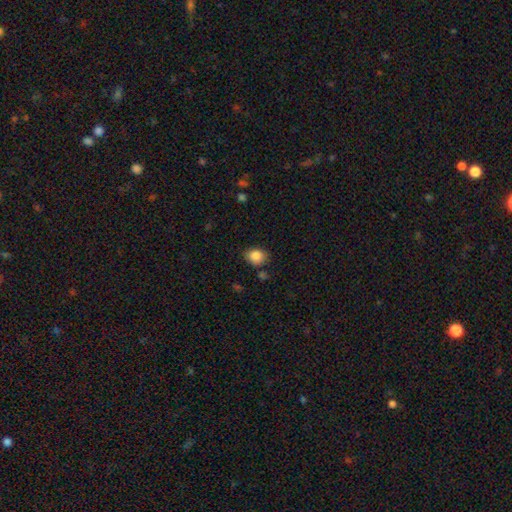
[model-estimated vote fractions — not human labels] A smooth galaxy with no disk features (85%) that is round (51%). Merging: none (77%).